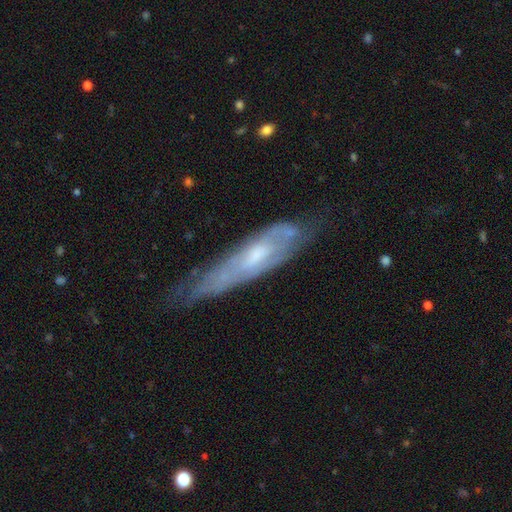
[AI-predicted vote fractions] Overall: featured or disk (66%). Edge-on disk: no (56%; yes 44%). Merging: none (55%; minor disturbance 30%).